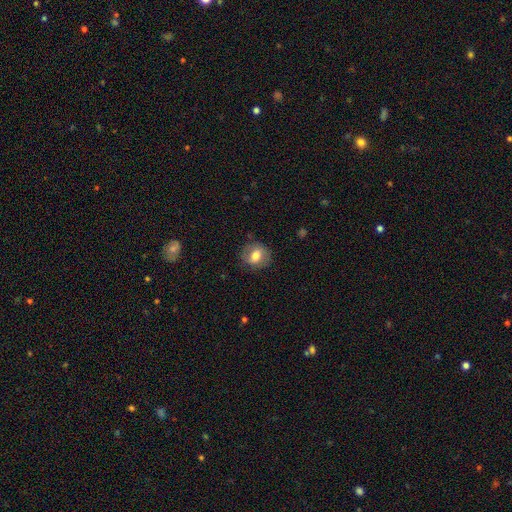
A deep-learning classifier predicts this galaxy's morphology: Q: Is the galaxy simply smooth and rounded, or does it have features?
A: smooth — 67%.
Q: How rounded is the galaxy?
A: round — 66%.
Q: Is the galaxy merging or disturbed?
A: none — 79%.